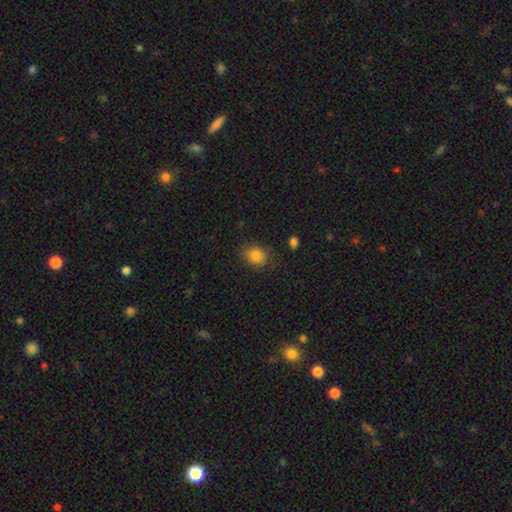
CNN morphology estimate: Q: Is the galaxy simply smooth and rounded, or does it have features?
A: smooth — 84%.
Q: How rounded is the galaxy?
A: round — 54%.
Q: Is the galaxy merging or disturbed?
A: none — 78%.